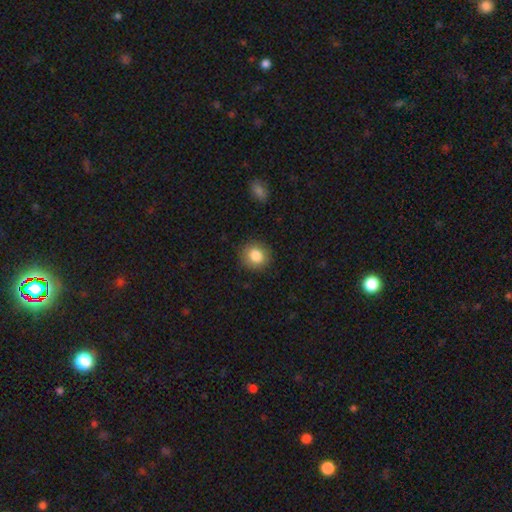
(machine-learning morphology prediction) type=smooth (84%); roundness=round (87%); merging=none (89%).